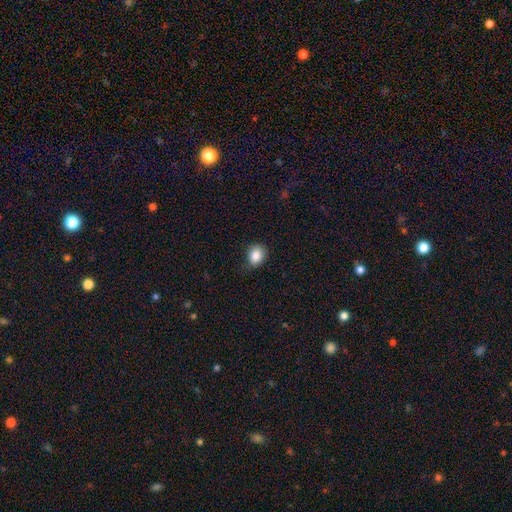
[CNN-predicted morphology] Smooth or featured? Predicted: smooth (p=0.85). How rounded? Predicted: in between (p=0.53). Merging? Predicted: none (p=0.73).